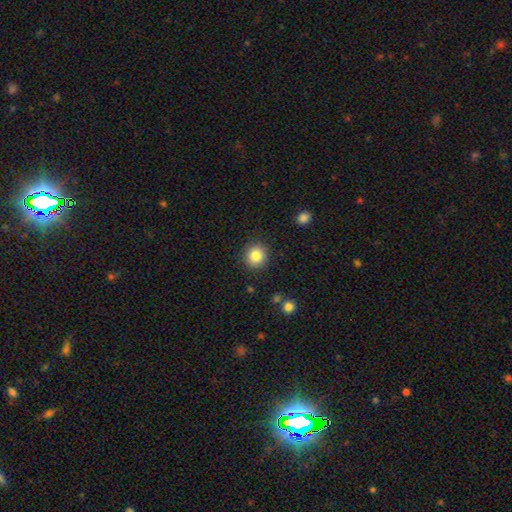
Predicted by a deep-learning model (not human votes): A smooth galaxy with no disk features (85%) that is round (89%).

Vote fractions:
- Smooth or featured? smooth: 85% / star or artifact: 9% / featured or disk: 6%
- How rounded? round: 89% / in between: 10% / cigar-shaped: 1%
- Merging? none: 90% / minor disturbance: 7% / major disturbance: 2% / merger: 1%